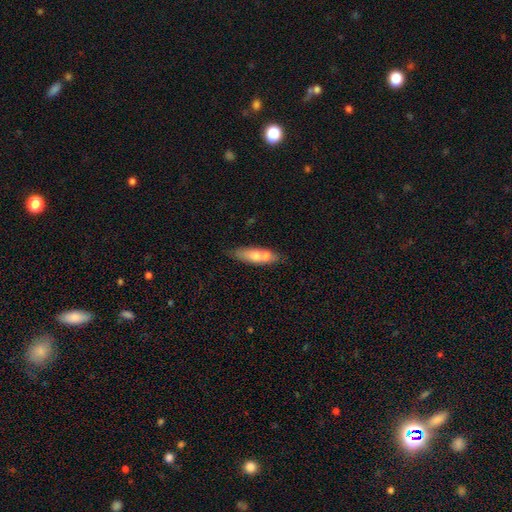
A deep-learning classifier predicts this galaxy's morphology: type=smooth (61%); roundness=in between (54%); merging=none (45%).